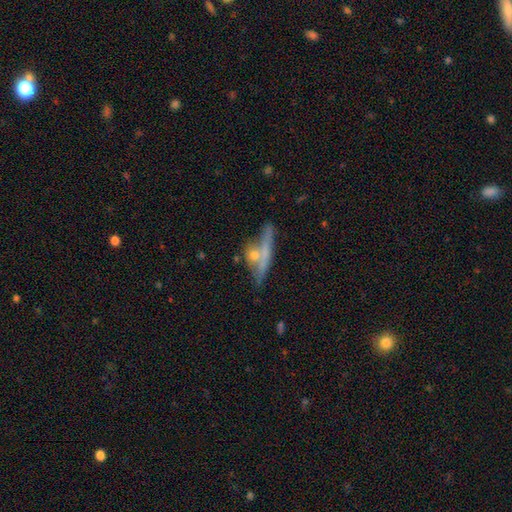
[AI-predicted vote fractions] Smooth or featured? featured or disk (49%)
Merging? none (52%)